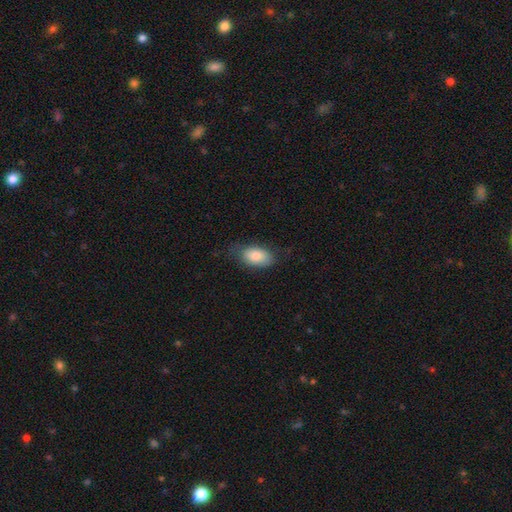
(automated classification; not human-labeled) smooth_or_featured: smooth (p=0.82) [alt: featured or disk p=0.11]
how_rounded: in between (p=0.92) [alt: round p=0.05]
merging: none (p=0.70) [alt: minor disturbance p=0.23]